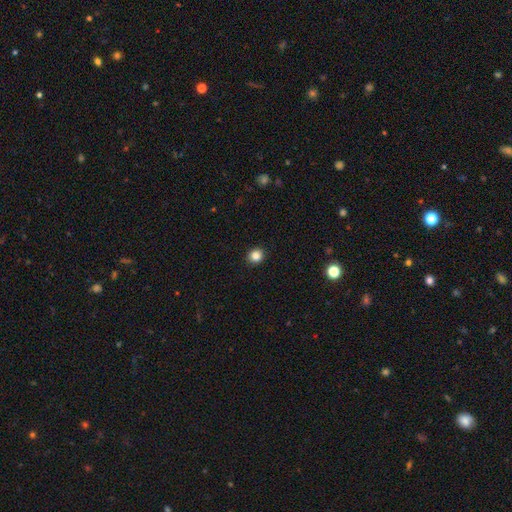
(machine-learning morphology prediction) Smooth or featured: smooth — 85% (star or artifact — 11%)
How rounded: round — 84% (in between — 15%)
Merging: none — 92% (minor disturbance — 5%)